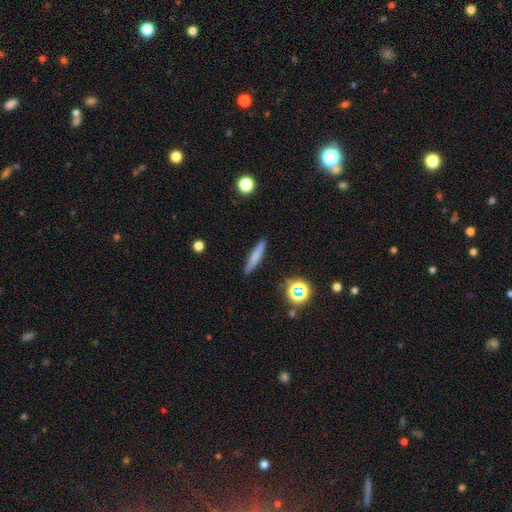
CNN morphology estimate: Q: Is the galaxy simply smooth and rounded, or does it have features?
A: smooth — 68%.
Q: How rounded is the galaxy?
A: cigar-shaped — 91%.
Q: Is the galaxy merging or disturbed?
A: none — 88%.